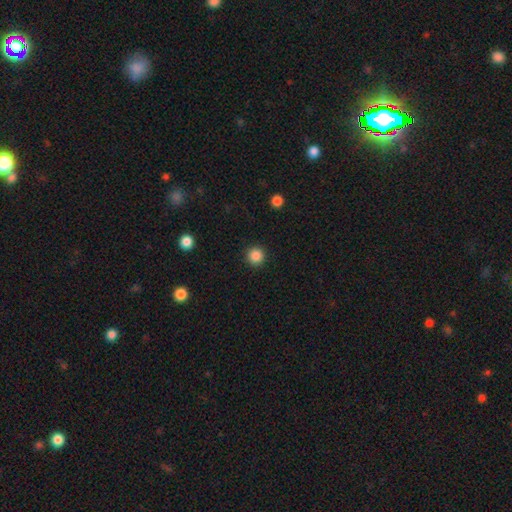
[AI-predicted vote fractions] Smooth or featured? smooth (87%)
How rounded? round (96%)
Merging? none (92%)